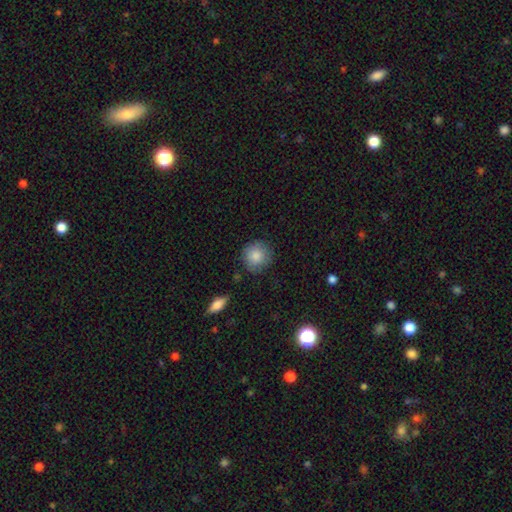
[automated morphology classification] This is clearly a smooth galaxy (85%). How rounded: clearly round (92%). Merging: clearly none (82%).